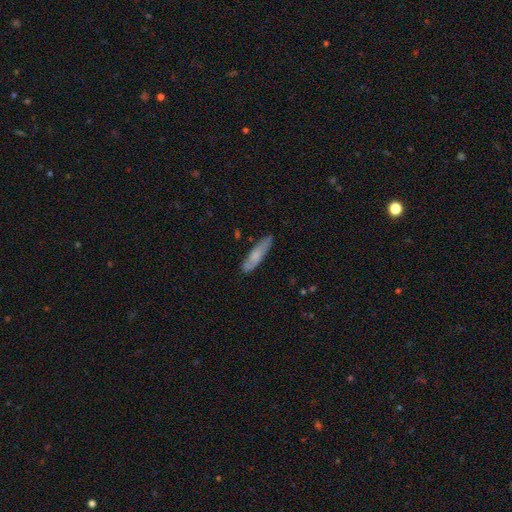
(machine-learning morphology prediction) This appears to be a smooth galaxy with no disk features (63%) that is cigar-shaped (71%). Merging: none (79%).